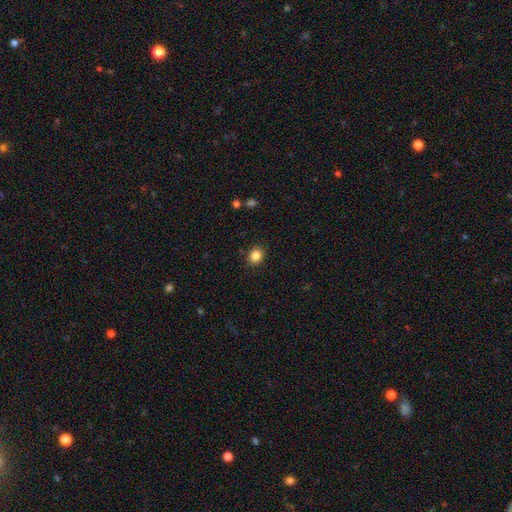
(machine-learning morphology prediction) smooth 85%, star or artifact 11%, featured or disk 5%. Down the decision tree: how rounded — round (70%); merging — none (90%).